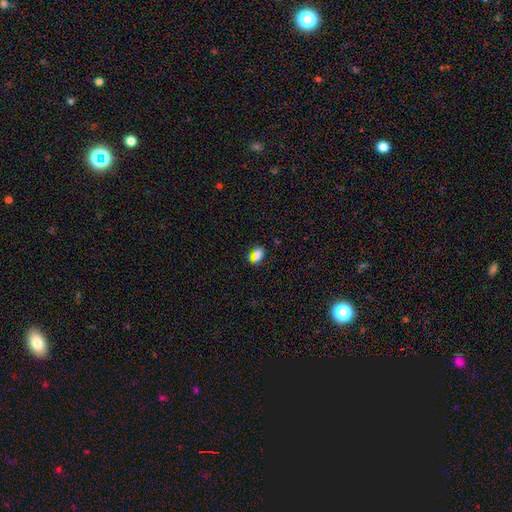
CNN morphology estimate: Smooth or featured? Predicted: smooth (p=0.65). How rounded? Predicted: in between (p=0.52). Merging? Predicted: none (p=0.77).